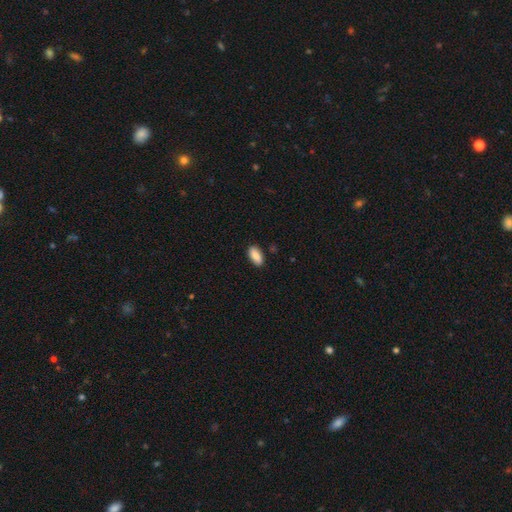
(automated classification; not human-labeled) The model was most divided on "smooth or featured": smooth: 85%, featured or disk: 9%, star or artifact: 7%. More confident: how rounded — in between (91%); merging — none (88%).